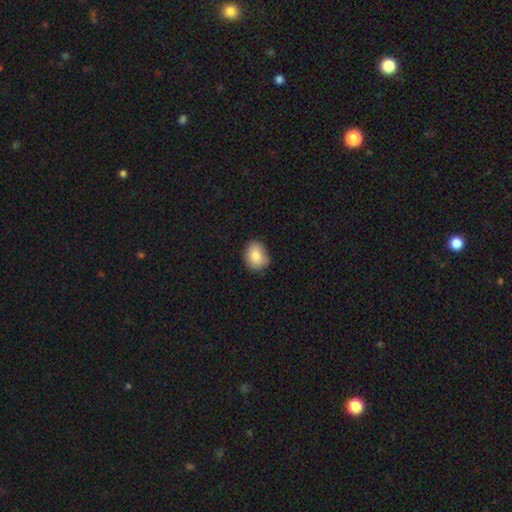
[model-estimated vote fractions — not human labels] This is clearly a smooth galaxy (84%). How rounded: possibly round (50%). Merging: likely none (78%).